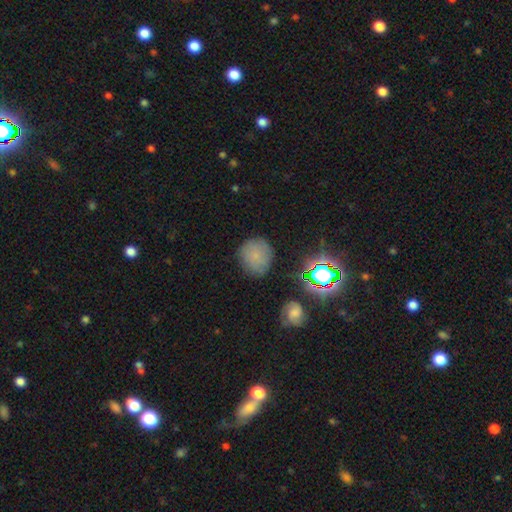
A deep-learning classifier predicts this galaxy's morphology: type=smooth (70%); roundness=round (85%); merging=none (76%).